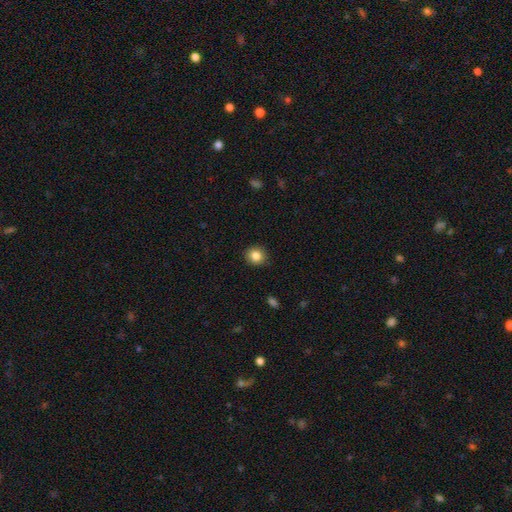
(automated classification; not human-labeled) The model was most divided on "how rounded": round: 86%, in between: 13%, cigar-shaped: 1%. More confident: merging — none (90%); smooth or featured — smooth (83%).